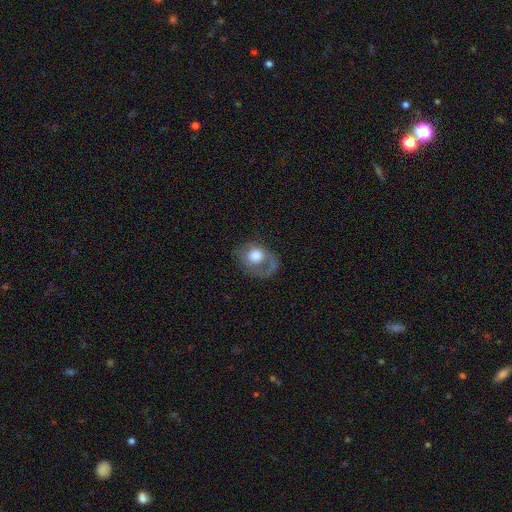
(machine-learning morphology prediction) type=smooth (50%); roundness=round (51%); merging=major disturbance (38%).